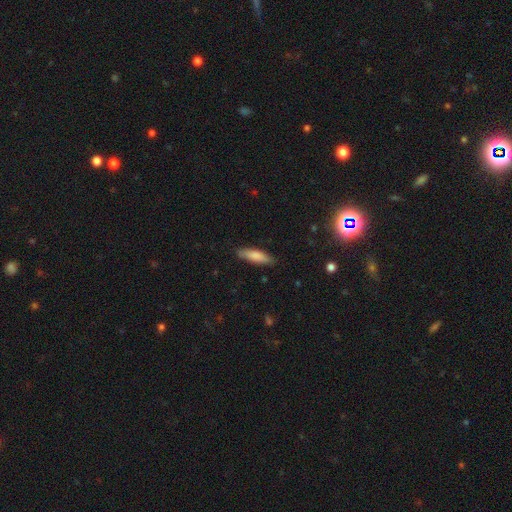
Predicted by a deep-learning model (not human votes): smooth-or-featured: smooth: 80% | featured or disk: 15% | star or artifact: 6%
  how-rounded: cigar-shaped: 67% | in between: 32% | round: 1%
  merging: none: 85% | minor disturbance: 11% | major disturbance: 2% | merger: 1%